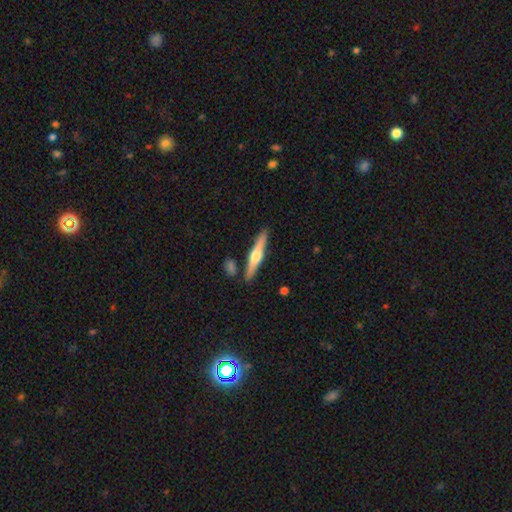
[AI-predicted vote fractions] Smooth or featured? Predicted: featured or disk (p=0.64). Edge-on disk? Predicted: yes (p=0.97). Edge-on bulge? Predicted: rounded (p=0.93). Merging? Predicted: none (p=0.87).